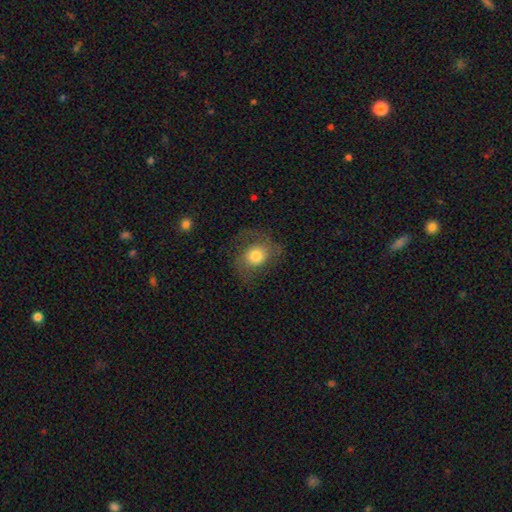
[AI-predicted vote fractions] smooth 57%, featured or disk 35%, star or artifact 8%. Down the decision tree: how rounded — round (63%); merging — none (58%).